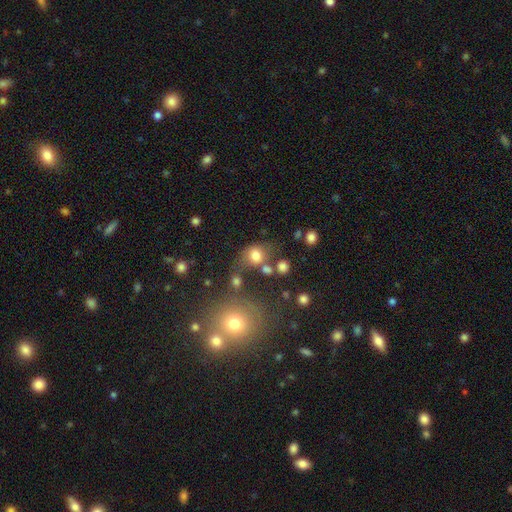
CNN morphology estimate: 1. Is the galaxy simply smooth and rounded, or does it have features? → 76% smooth, 15% star or artifact, 10% featured or disk.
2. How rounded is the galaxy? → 66% round, 33% in between, 1% cigar-shaped.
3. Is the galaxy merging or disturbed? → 54% none, 19% merger, 17% minor disturbance, 10% major disturbance.